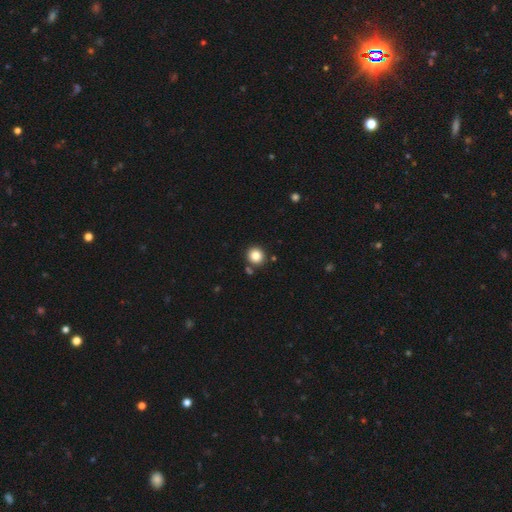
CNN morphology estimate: Q: Smooth or featured?
A: smooth (84%); runner-up: star or artifact (11%)
Q: How rounded?
A: round (90%); runner-up: in between (9%)
Q: Merging?
A: none (85%); runner-up: minor disturbance (7%)